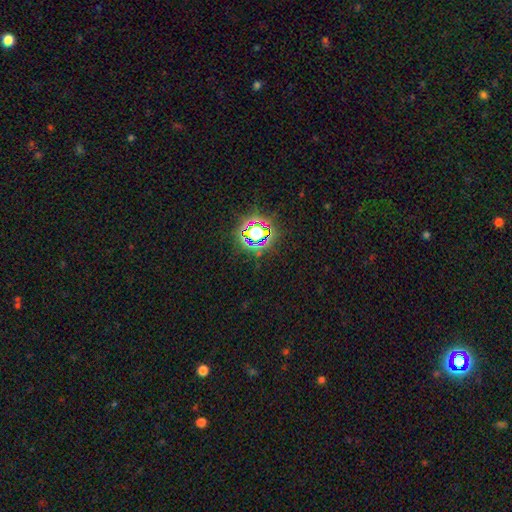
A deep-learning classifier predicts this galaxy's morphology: Smooth or featured?
  - star or artifact: 80% *
  - smooth: 13%
  - featured or disk: 7%